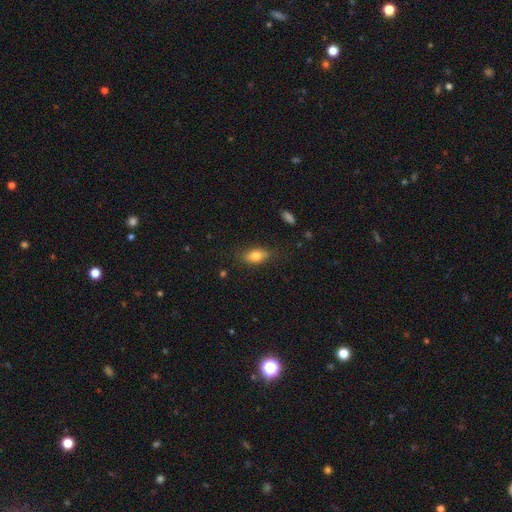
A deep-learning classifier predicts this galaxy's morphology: This appears to be a smooth galaxy with no disk features (75%) that is in between round and cigar-shaped (82%). Merging: none (80%).